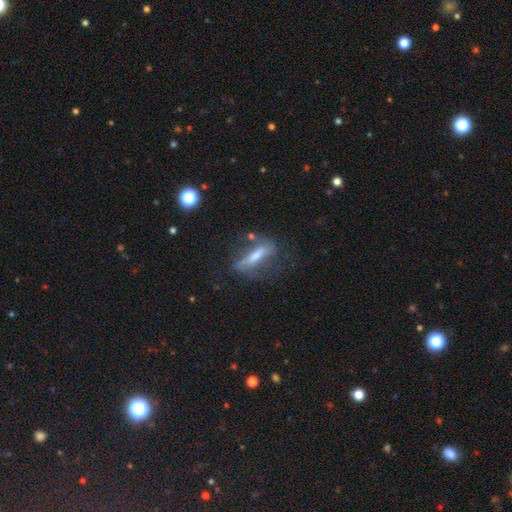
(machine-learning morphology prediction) Q: Smooth or featured?
A: featured or disk (59%); runner-up: smooth (31%)
Q: Edge-on disk?
A: yes (54%); runner-up: no (46%)
Q: Merging?
A: none (56%); runner-up: minor disturbance (21%)